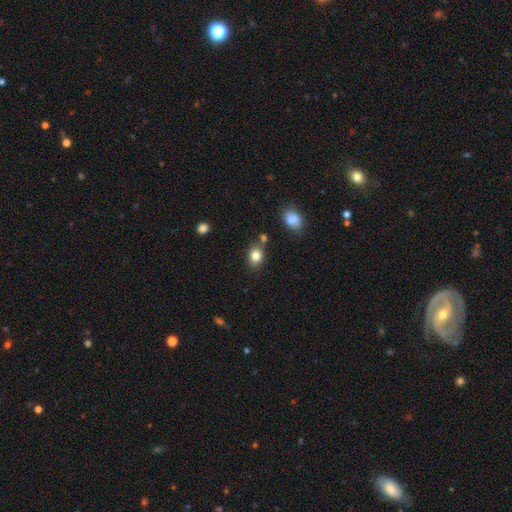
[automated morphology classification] smooth-or-featured: smooth: 83% | star or artifact: 10% | featured or disk: 7%
  how-rounded: in between: 60% | round: 39% | cigar-shaped: 1%
  merging: none: 75% | minor disturbance: 13% | merger: 8% | major disturbance: 3%